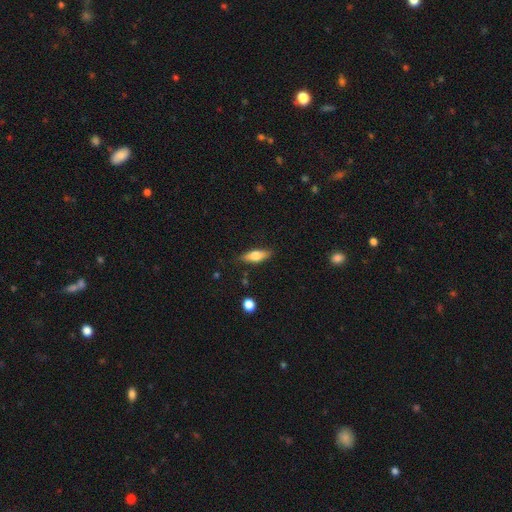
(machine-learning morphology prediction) Q: Smooth or featured?
A: smooth (63%); runner-up: featured or disk (31%)
Q: How rounded?
A: in between (56%); runner-up: cigar-shaped (41%)
Q: Merging?
A: none (83%); runner-up: minor disturbance (12%)